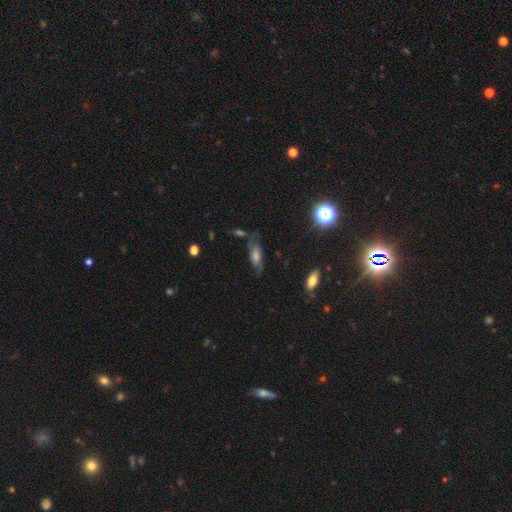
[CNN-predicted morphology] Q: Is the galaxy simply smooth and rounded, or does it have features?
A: featured or disk — 43%.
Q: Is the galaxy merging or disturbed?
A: none — 62%.